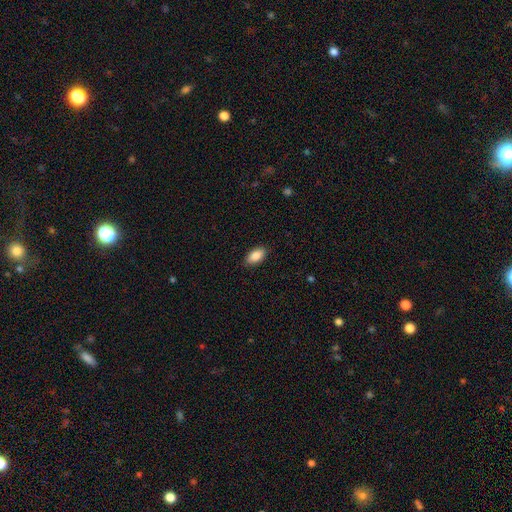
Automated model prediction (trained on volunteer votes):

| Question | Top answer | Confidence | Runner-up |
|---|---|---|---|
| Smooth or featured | smooth | 88% | star or artifact (7%) |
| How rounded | in between | 93% | cigar-shaped (4%) |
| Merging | none | 88% | minor disturbance (9%) |